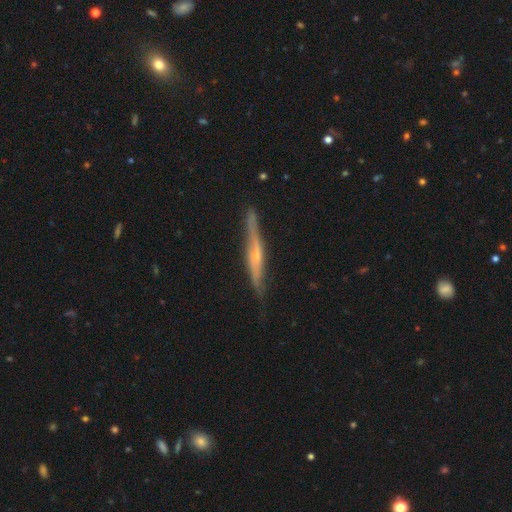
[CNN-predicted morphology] smooth-or-featured: featured or disk: 75% | smooth: 19% | star or artifact: 6%
  disk-edge-on: yes: 95% | no: 5%
    edge-on-bulge: rounded: 69% | none: 24% | boxy: 7%
  merging: none: 82% | minor disturbance: 14% | major disturbance: 2% | merger: 1%